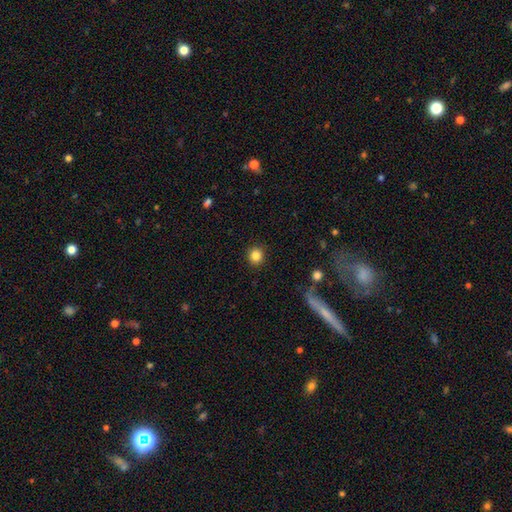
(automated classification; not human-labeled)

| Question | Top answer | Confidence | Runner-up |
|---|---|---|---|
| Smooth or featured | smooth | 85% | star or artifact (10%) |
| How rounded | round | 90% | in between (9%) |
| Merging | none | 92% | minor disturbance (5%) |